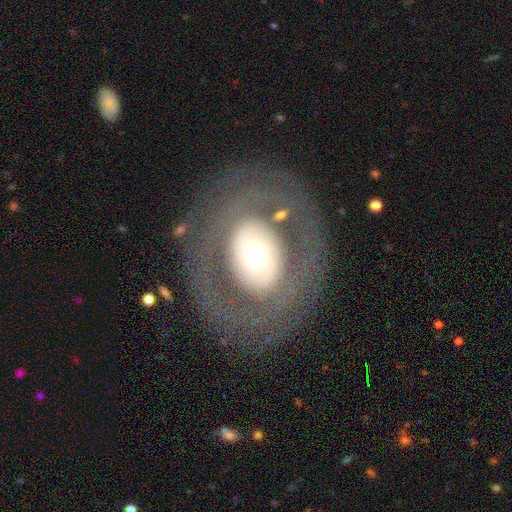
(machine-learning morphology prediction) A featured or disk galaxy (54%) with no bar (85%), no spiral arms (82%) and a moderate central bulge (45%).

Vote fractions:
- Smooth or featured? featured or disk: 54% / smooth: 37% / star or artifact: 9%
- Edge-on disk? no: 93% / yes: 7%
- Bar? no: 85% / weak: 9% / strong: 6%
- Spiral arms? no: 82% / yes: 18%
- Bulge size? moderate: 45% / large: 35% / dominant: 12% / small: 7% / none: 1%
- Merging? none: 79% / major disturbance: 10% / minor disturbance: 9% / merger: 2%